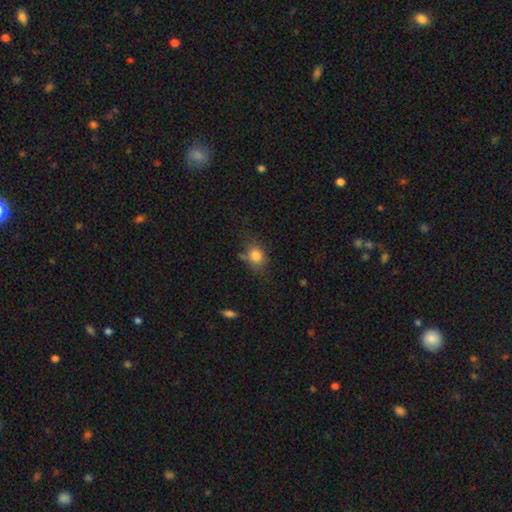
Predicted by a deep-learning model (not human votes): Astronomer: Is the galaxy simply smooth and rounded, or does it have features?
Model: smooth — 81%.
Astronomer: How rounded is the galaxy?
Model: in between — 50% (runner-up: round, 48%).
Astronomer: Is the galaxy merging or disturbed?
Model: none — 64%.